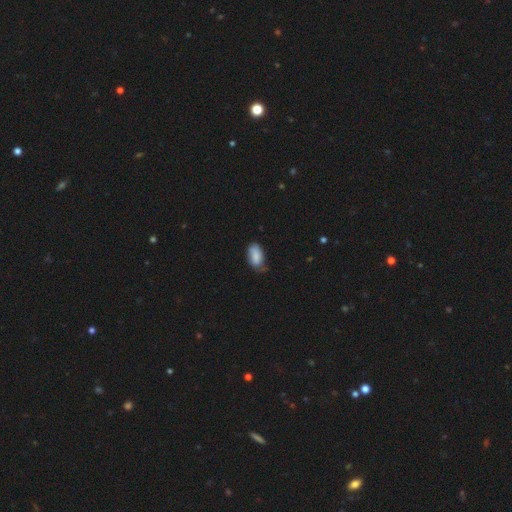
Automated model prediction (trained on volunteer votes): The model was most divided on "merging": none: 50%, minor disturbance: 38%, major disturbance: 10%, merger: 2%. More confident: how rounded — in between (93%); smooth or featured — smooth (81%).